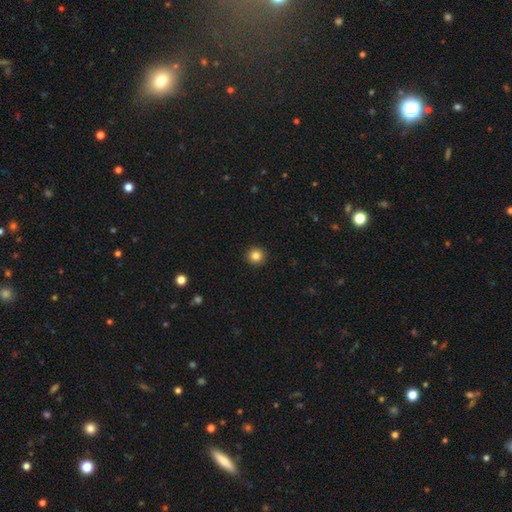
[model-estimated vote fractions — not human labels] Overall: smooth (84%). How rounded: round (94%). Merging: none (93%).